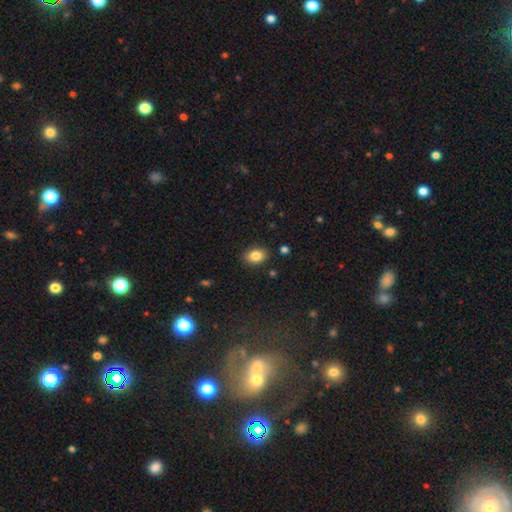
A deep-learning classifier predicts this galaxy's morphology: type=smooth (84%); roundness=in between (76%); merging=none (87%).